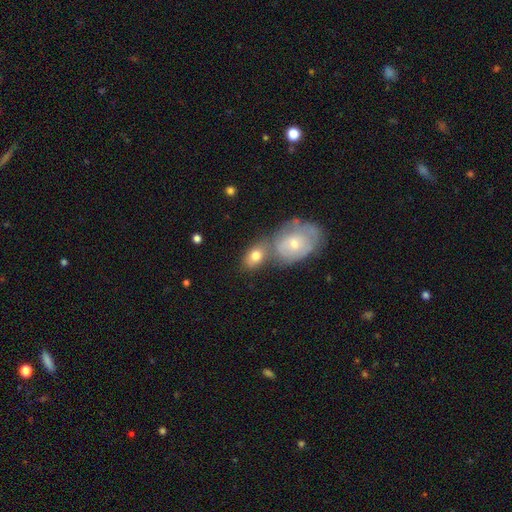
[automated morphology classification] A smooth galaxy with no disk features (69%) that is in between round and cigar-shaped (77%).

Vote fractions:
- Smooth or featured? smooth: 69% / featured or disk: 23% / star or artifact: 8%
- How rounded? in between: 77% / round: 21% / cigar-shaped: 2%
- Merging? merger: 41% / none: 40% / minor disturbance: 14% / major disturbance: 6%